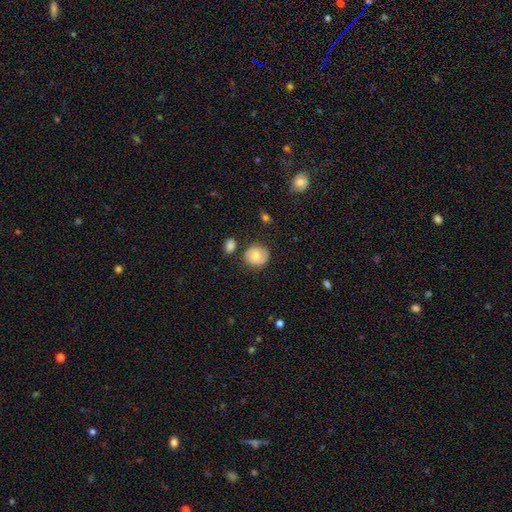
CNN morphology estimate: Smooth or featured: smooth — 59% (featured or disk — 33%)
How rounded: round — 83% (in between — 16%)
Merging: none — 74% (minor disturbance — 17%)